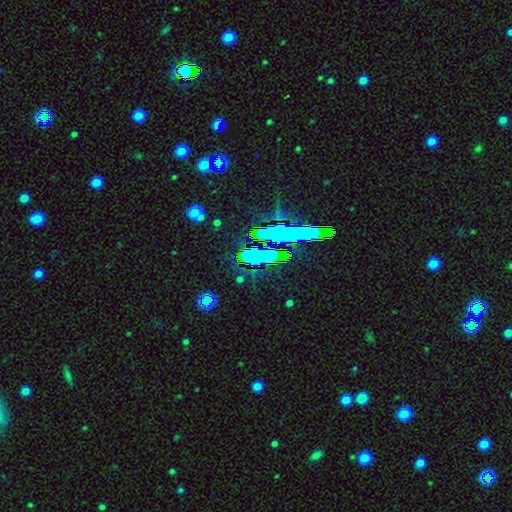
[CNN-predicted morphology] The model was most divided on "smooth or featured": star or artifact: 76%, smooth: 14%, featured or disk: 10%.